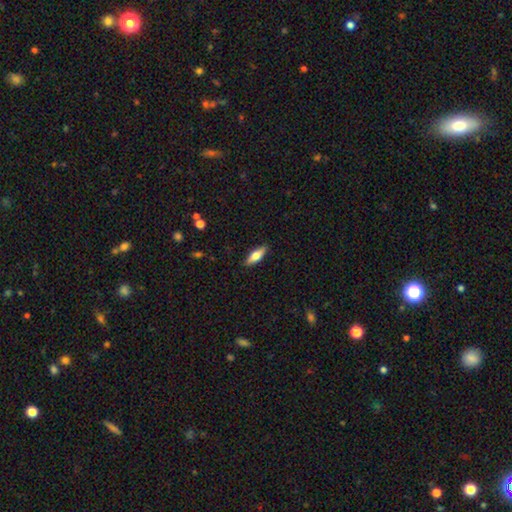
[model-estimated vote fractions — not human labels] This appears to be a smooth galaxy with no disk features (65%) that is in between round and cigar-shaped (60%). Merging: none (87%).